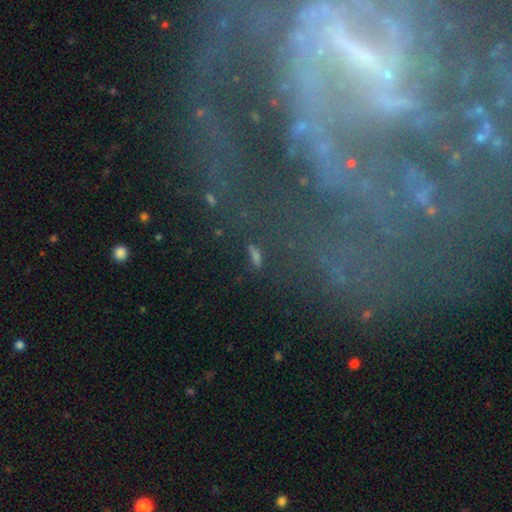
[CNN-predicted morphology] A smooth galaxy with no disk features (45%).

Vote fractions:
- Smooth or featured? smooth: 45% / star or artifact: 33% / featured or disk: 22%
- Merging? none: 71% / minor disturbance: 13% / major disturbance: 9% / merger: 6%